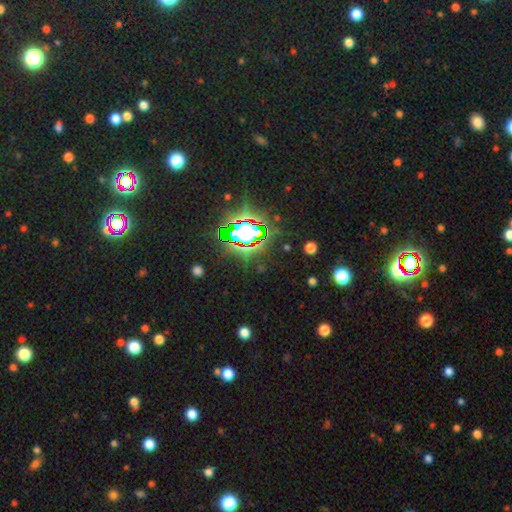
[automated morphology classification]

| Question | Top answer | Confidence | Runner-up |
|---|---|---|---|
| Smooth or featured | star or artifact | 82% | smooth (10%) |